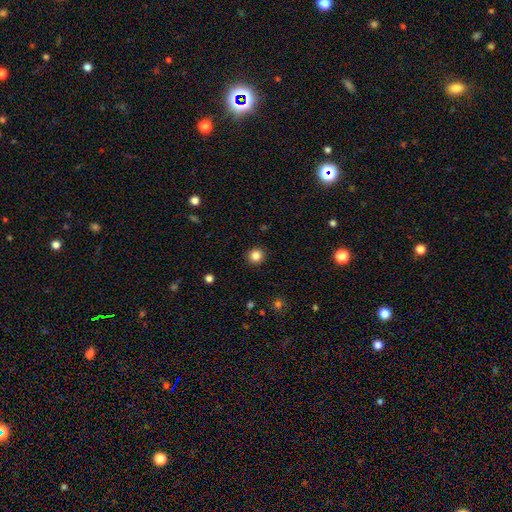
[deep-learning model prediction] Q: Smooth or featured?
A: smooth (84%); runner-up: star or artifact (11%)
Q: How rounded?
A: round (93%); runner-up: in between (6%)
Q: Merging?
A: none (92%); runner-up: minor disturbance (5%)